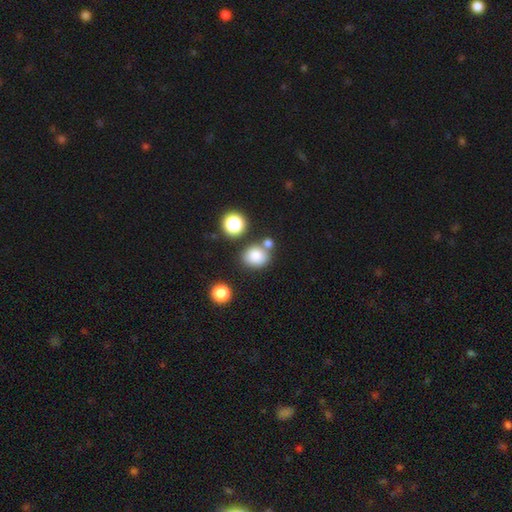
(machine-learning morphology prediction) Q: Smooth or featured?
A: smooth (81%); runner-up: star or artifact (12%)
Q: How rounded?
A: round (67%); runner-up: in between (32%)
Q: Merging?
A: none (66%); runner-up: merger (18%)